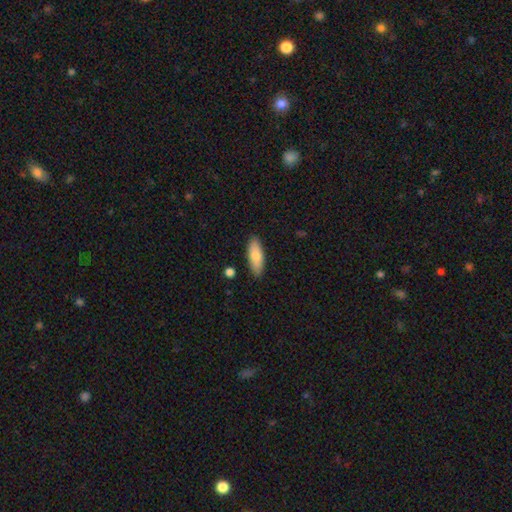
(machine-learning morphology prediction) A smooth galaxy with no disk features (80%) that is in between round and cigar-shaped (68%).

Vote fractions:
- Smooth or featured? smooth: 80% / featured or disk: 14% / star or artifact: 6%
- How rounded? in between: 68% / cigar-shaped: 30% / round: 2%
- Merging? none: 87% / minor disturbance: 9% / major disturbance: 2% / merger: 2%